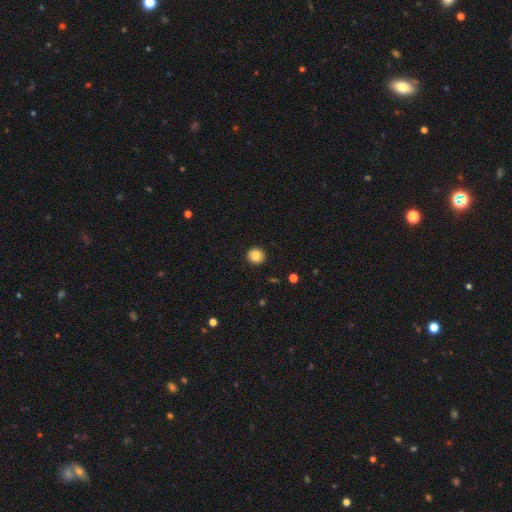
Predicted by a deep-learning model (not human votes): The model was most divided on "smooth or featured": smooth: 83%, star or artifact: 9%, featured or disk: 8%. More confident: merging — none (91%); how rounded — round (88%).